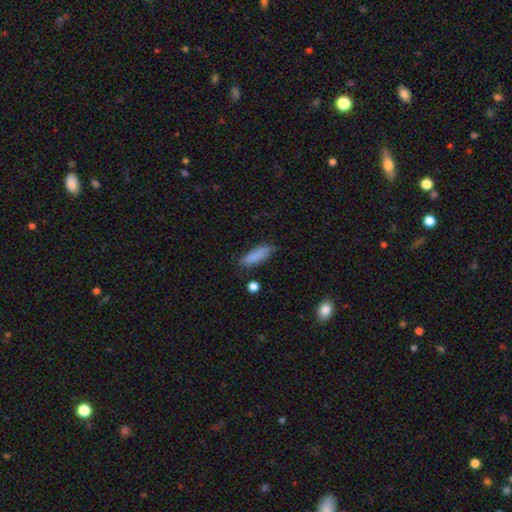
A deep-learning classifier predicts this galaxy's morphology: type=smooth (86%); roundness=in between (52%); merging=none (76%).